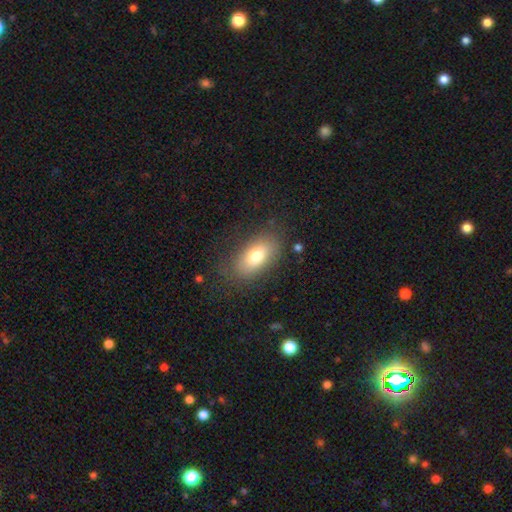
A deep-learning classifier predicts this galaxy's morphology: Smooth or featured? smooth (76%)
How rounded? in between (90%)
Merging? none (78%)